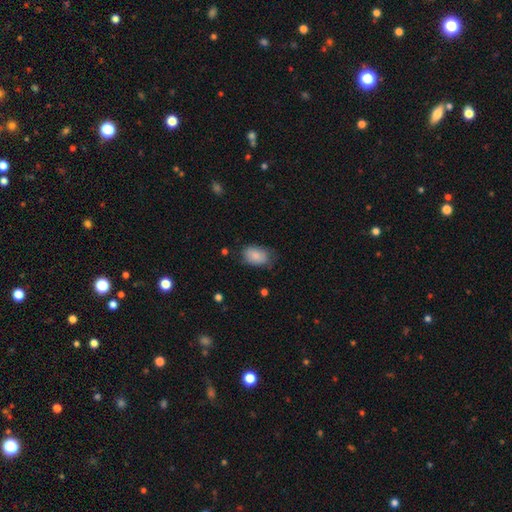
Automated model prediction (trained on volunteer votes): Smooth or featured?
  - smooth: 84% *
  - featured or disk: 9%
  - star or artifact: 7%
How rounded?
  - in between: 86% *
  - round: 13%
  - cigar-shaped: 1%
Merging?
  - none: 60% *
  - minor disturbance: 30%
  - major disturbance: 9%
  - merger: 2%